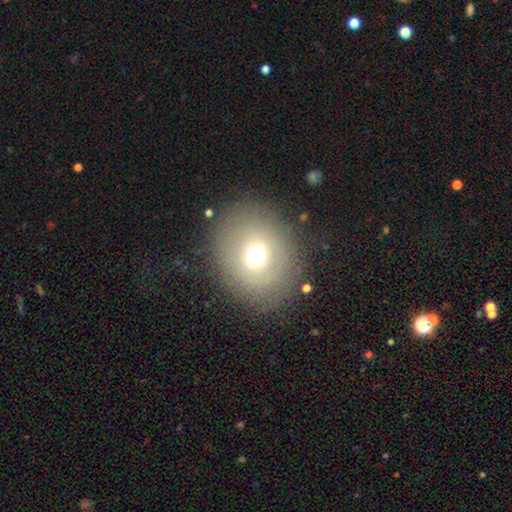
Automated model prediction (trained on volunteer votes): smooth_or_featured: smooth (p=0.62) [alt: featured or disk p=0.22]
how_rounded: round (p=0.69) [alt: in between p=0.30]
merging: none (p=0.83) [alt: minor disturbance p=0.09]